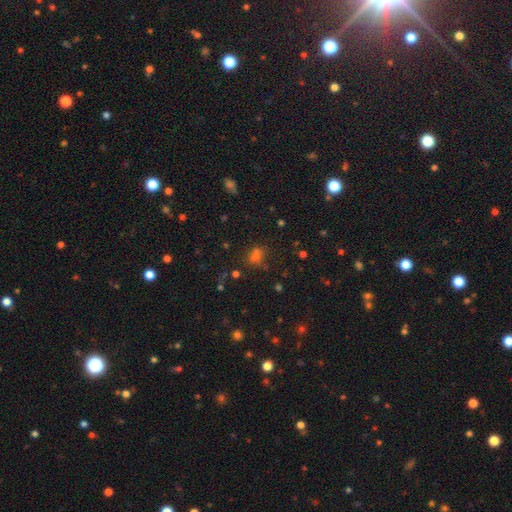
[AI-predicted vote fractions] A smooth galaxy with no disk features (54%) that is round (49%). Merging: none (63%).